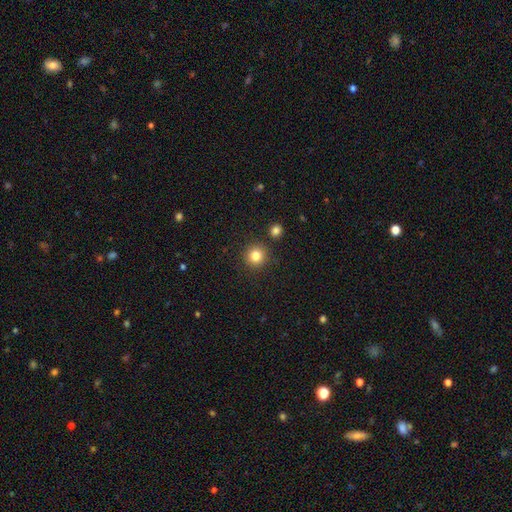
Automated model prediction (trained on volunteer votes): Smooth or featured?
  - smooth: 83% *
  - star or artifact: 12%
  - featured or disk: 6%
How rounded?
  - round: 93% *
  - in between: 6%
  - cigar-shaped: 1%
Merging?
  - none: 88% *
  - minor disturbance: 6%
  - merger: 3%
  - major disturbance: 2%